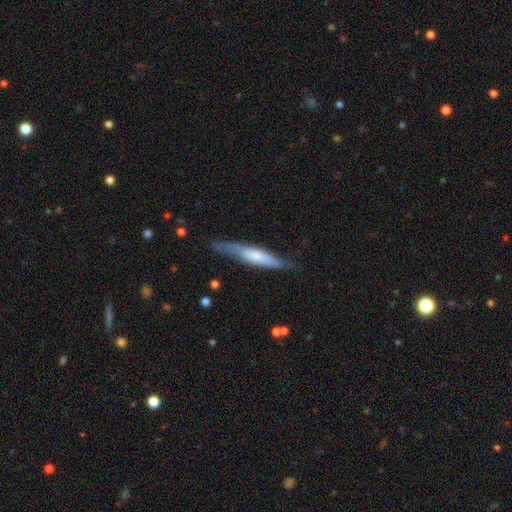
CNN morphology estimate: Smooth or featured: featured or disk — 48% (smooth — 46%)
Merging: none — 67% (minor disturbance — 24%)